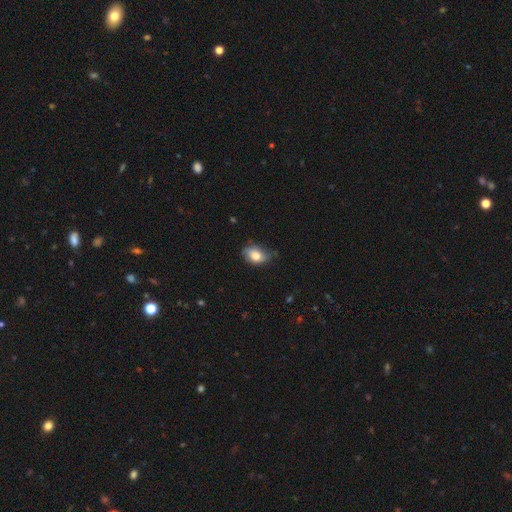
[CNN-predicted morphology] This appears to be a smooth galaxy with no disk features (78%) that is in between round and cigar-shaped (80%). Merging: none (56%).